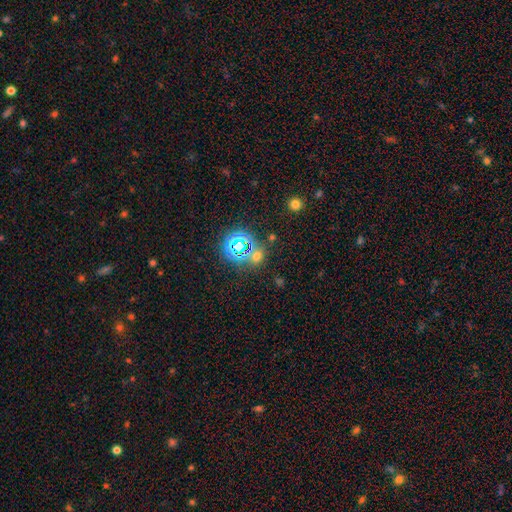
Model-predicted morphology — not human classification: Smooth or featured?
  - star or artifact: 48% *
  - smooth: 43%
  - featured or disk: 8%